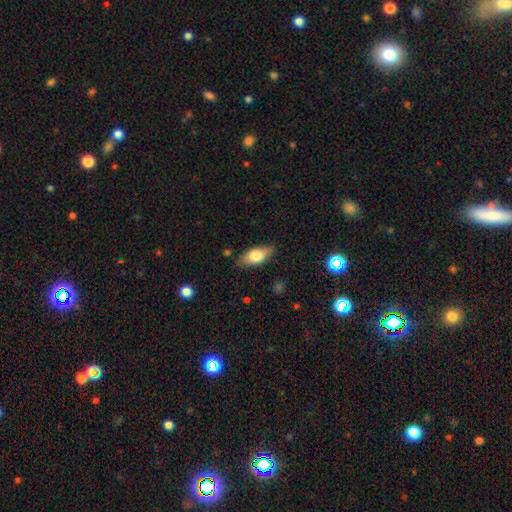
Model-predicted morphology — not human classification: The model was most divided on "smooth or featured": smooth: 72%, featured or disk: 21%, star or artifact: 7%. More confident: merging — none (84%); how rounded — in between (84%).